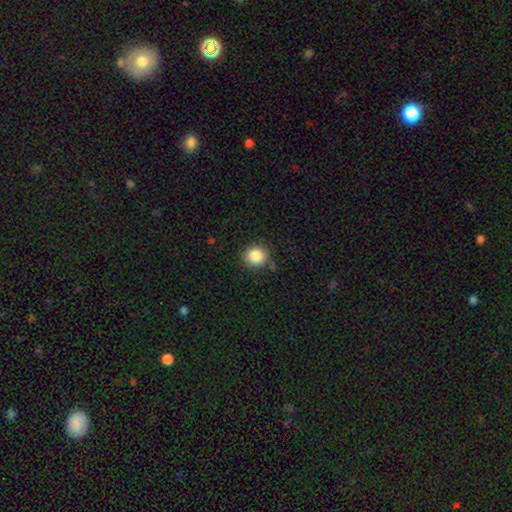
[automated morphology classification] Overall: smooth (86%). How rounded: round (84%). Merging: none (82%).